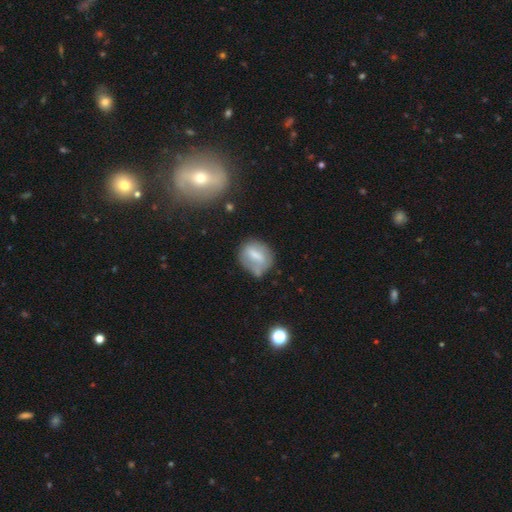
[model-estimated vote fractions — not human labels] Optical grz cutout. It shows a smooth galaxy with no disk features (58%) that is in between round and cigar-shaped (52%). Merging: none (54%).